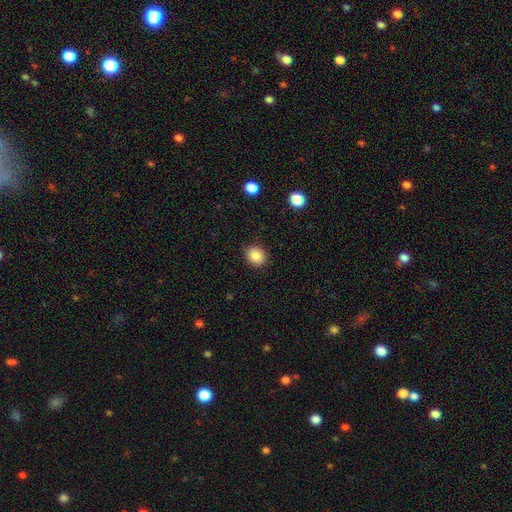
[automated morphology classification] This is clearly a smooth galaxy (87%). How rounded: likely round (65%). Merging: clearly none (89%).